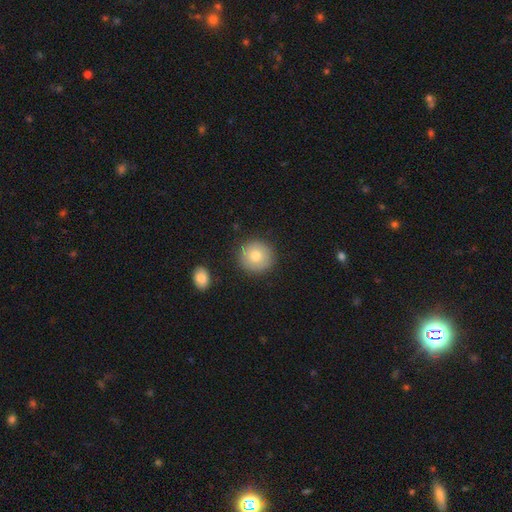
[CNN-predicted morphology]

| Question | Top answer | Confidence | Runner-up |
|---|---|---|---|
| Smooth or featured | smooth | 77% | featured or disk (14%) |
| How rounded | round | 93% | in between (6%) |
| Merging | none | 88% | minor disturbance (8%) |